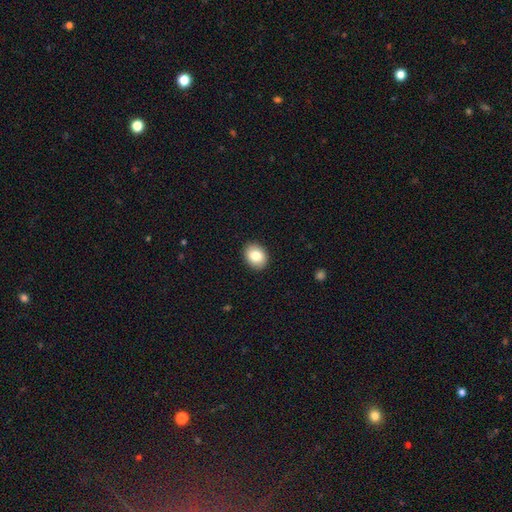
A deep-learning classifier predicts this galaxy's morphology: The model was most divided on "how rounded": in between: 59%, round: 40%, cigar-shaped: 1%. More confident: merging — none (91%); smooth or featured — smooth (83%).